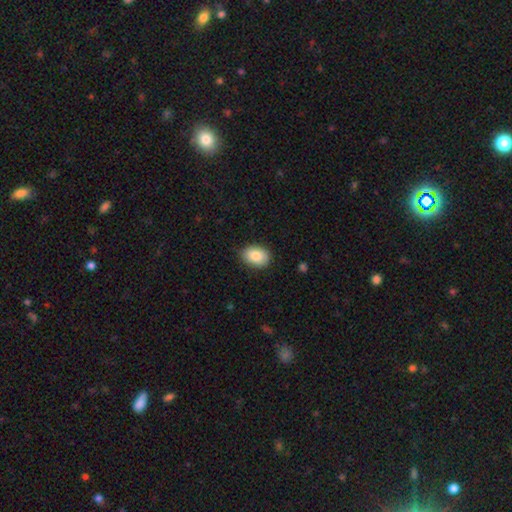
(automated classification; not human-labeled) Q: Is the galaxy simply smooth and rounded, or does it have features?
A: smooth — 86%.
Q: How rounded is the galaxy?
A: in between — 79%.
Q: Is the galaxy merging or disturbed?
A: none — 85%.